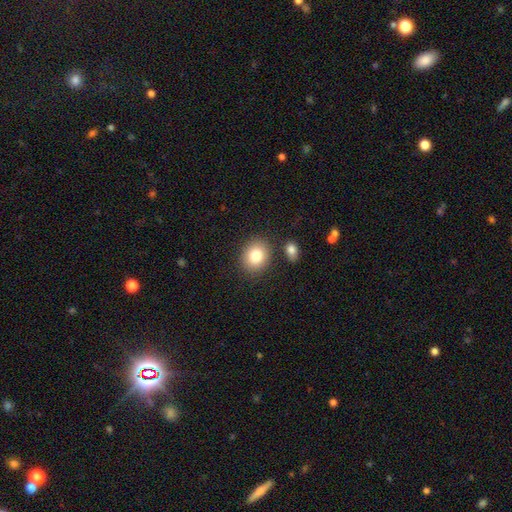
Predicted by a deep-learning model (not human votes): The model was most divided on "how rounded": round: 61%, in between: 38%, cigar-shaped: 1%. More confident: merging — none (82%); smooth or featured — smooth (81%).